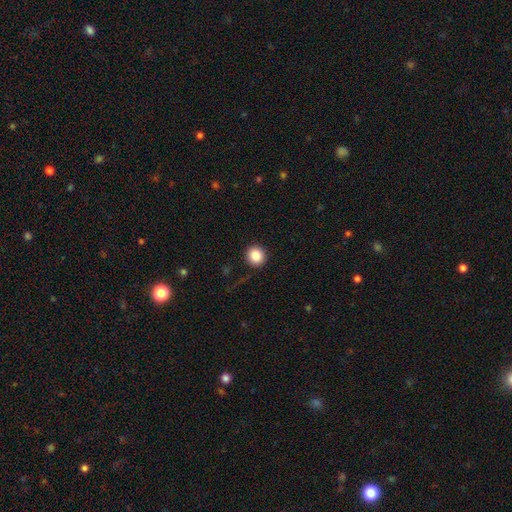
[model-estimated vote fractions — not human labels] Smooth or featured? Predicted: smooth (p=0.87). How rounded? Predicted: round (p=0.92). Merging? Predicted: none (p=0.91).